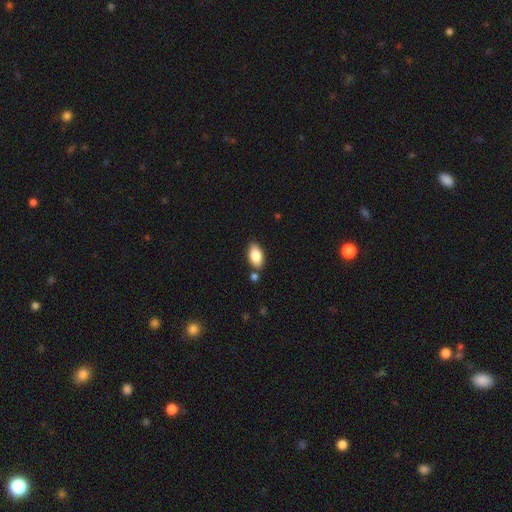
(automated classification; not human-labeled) A smooth galaxy with no disk features (83%) that is in between round and cigar-shaped (92%). Merging: none (77%).